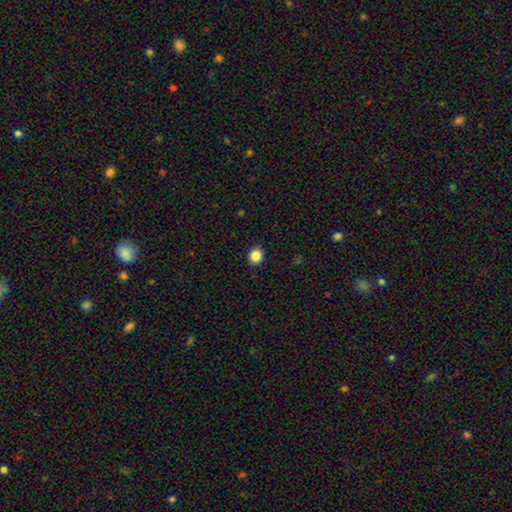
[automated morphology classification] Smooth or featured? smooth (86%)
How rounded? round (71%)
Merging? none (92%)